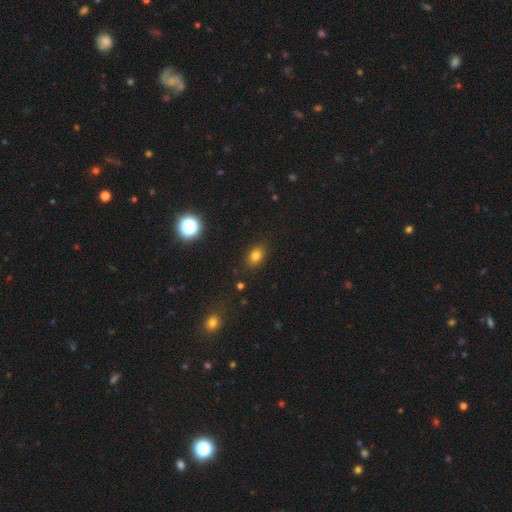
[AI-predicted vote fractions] Overall: smooth (76%). How rounded: in between (68%; round 29%). Merging: none (84%).